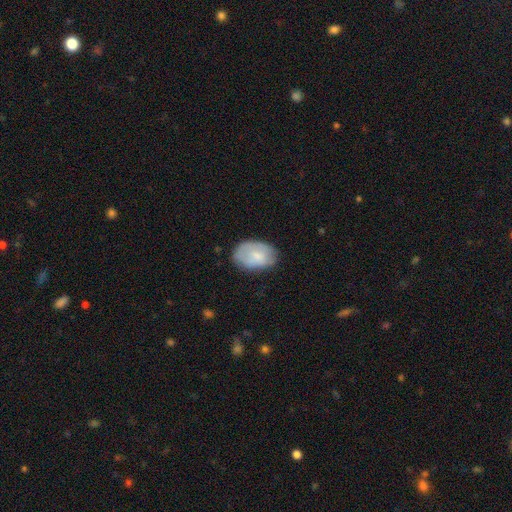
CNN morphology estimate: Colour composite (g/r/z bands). It shows a smooth galaxy with no disk features (74%) that is in between round and cigar-shaped (87%). Merging: none (69%).